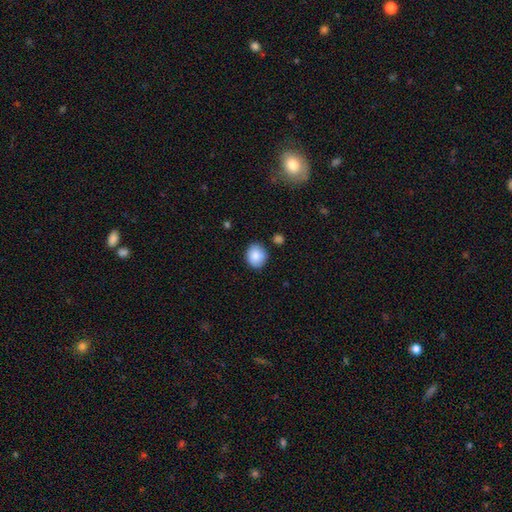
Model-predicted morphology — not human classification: Overall: smooth (86%). How rounded: round (69%; in between 30%). Merging: none (82%).